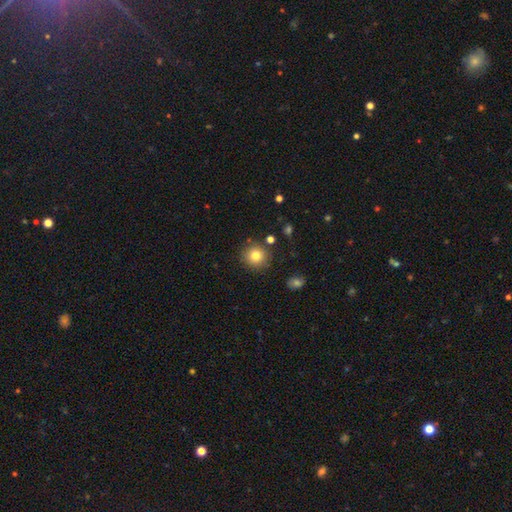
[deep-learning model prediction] This is clearly a smooth galaxy (81%). How rounded: clearly round (92%). Merging: clearly none (87%).